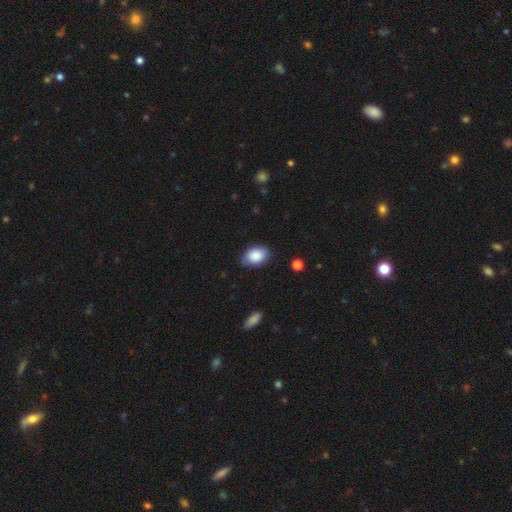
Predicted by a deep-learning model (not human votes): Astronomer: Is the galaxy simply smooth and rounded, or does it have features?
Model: smooth — 87%.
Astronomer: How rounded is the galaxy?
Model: in between — 79%.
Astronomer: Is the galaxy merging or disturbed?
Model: none — 78%.